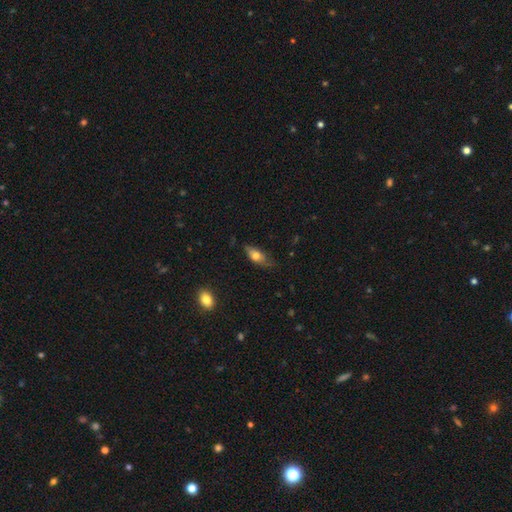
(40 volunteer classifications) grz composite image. It shows a smooth galaxy with no disk features (65%) that is in between round and cigar-shaped (81%). Merging: none (57%).